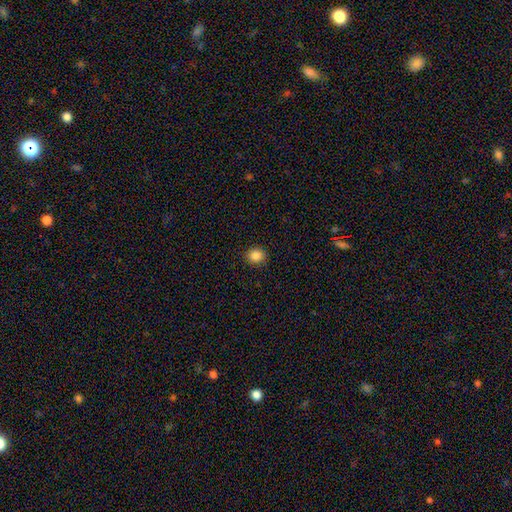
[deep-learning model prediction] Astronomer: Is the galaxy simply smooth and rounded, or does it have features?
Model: smooth — 86%.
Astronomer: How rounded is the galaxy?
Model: round — 77%.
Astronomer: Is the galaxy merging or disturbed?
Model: none — 90%.